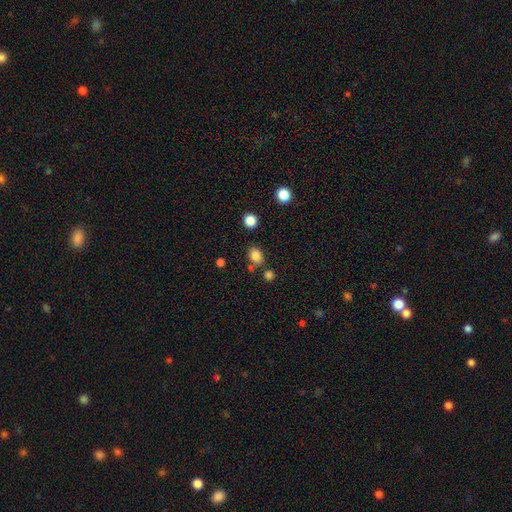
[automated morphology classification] This is clearly a smooth galaxy (83%). How rounded: likely in between (64%). Merging: likely none (72%).